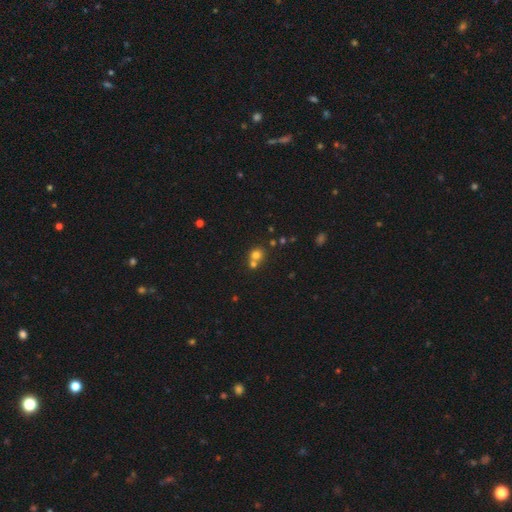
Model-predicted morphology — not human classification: The model was most divided on "merging": none: 49%, merger: 42%, minor disturbance: 6%, major disturbance: 3%. More confident: how rounded — round (84%); smooth or featured — smooth (72%).